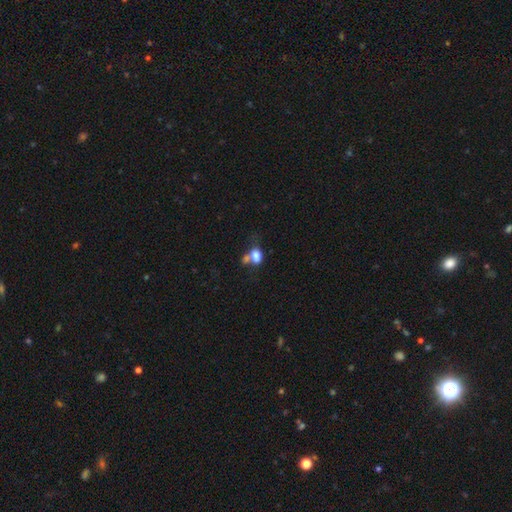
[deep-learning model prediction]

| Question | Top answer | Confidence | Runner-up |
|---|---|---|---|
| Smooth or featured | smooth | 76% | featured or disk (13%) |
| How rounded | in between | 71% | round (27%) |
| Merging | merger | 47% | none (27%) |